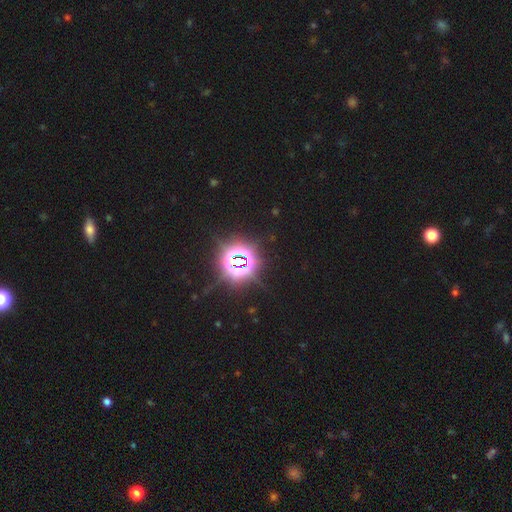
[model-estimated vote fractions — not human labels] smooth_or_featured: star or artifact (p=0.85) [alt: smooth p=0.10]